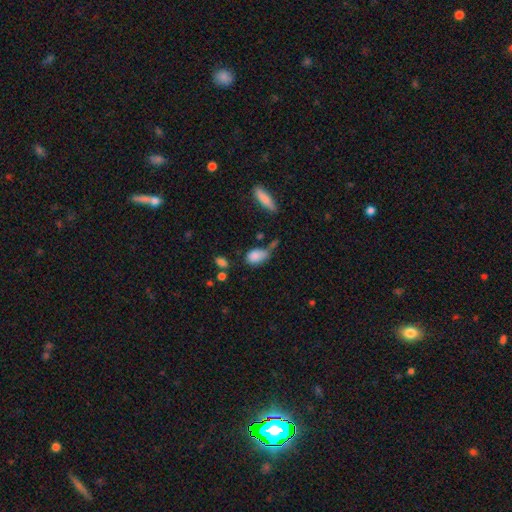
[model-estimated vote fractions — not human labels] This appears to be a smooth galaxy with no disk features (84%) that is in between round and cigar-shaped (86%). Merging: none (40%).